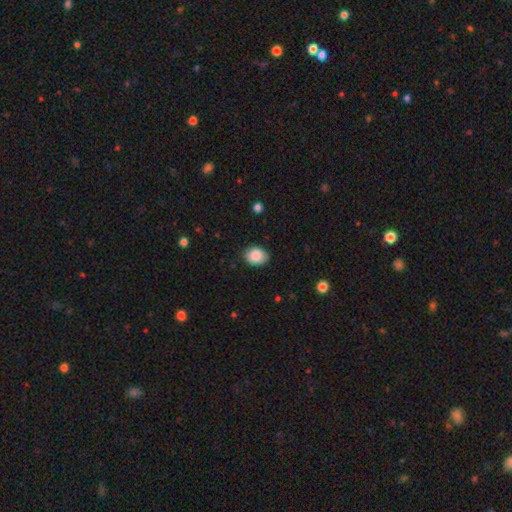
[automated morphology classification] Smooth or featured? smooth (88%)
How rounded? in between (55%)
Merging? none (83%)